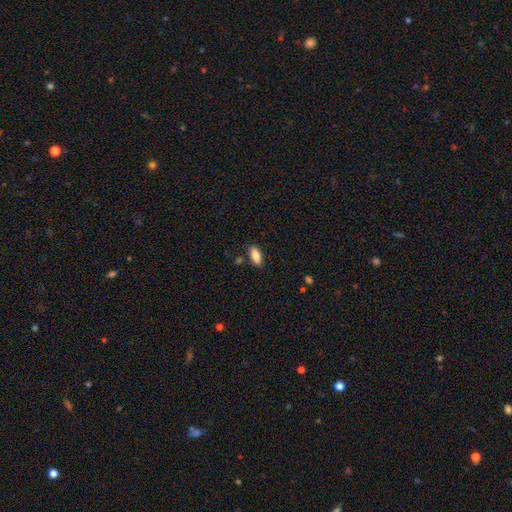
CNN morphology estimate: Smooth or featured? Predicted: smooth (p=0.84). How rounded? Predicted: in between (p=0.87). Merging? Predicted: none (p=0.85).